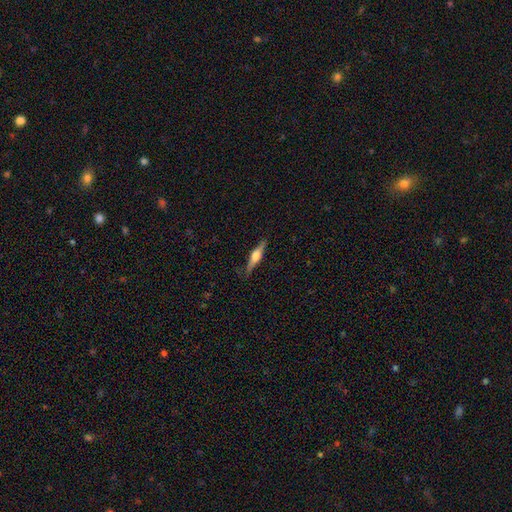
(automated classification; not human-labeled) smooth_or_featured: featured or disk (p=0.56) [alt: smooth p=0.38]
disk_edge_on: yes (p=0.96) [alt: no p=0.04]
edge_on_bulge: rounded (p=0.82) [alt: boxy p=0.14]
merging: none (p=0.84) [alt: minor disturbance p=0.12]